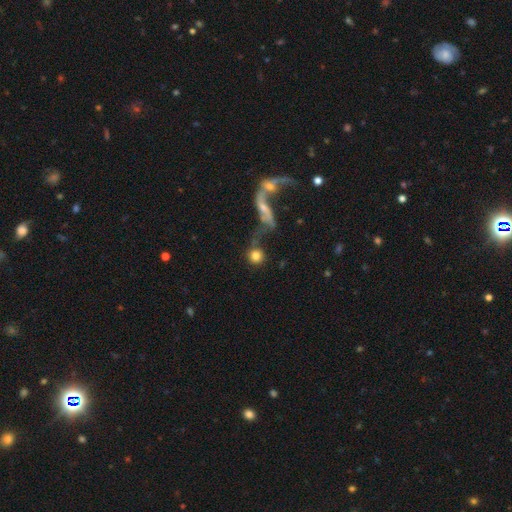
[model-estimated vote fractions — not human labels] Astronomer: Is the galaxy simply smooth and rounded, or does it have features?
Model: smooth — 77%.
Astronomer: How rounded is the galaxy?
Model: round — 88%.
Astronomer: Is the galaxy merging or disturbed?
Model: none — 45% (runner-up: merger, 29%).